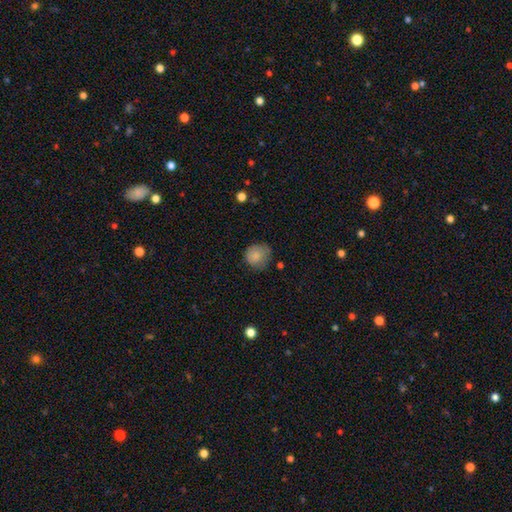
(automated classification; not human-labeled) Morphology: type=smooth (83%); roundness=round (83%); merging=none (63%).